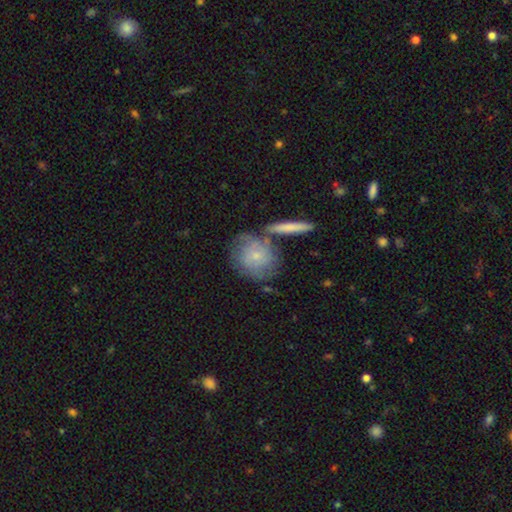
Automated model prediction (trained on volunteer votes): Q: Smooth or featured?
A: smooth (50%); runner-up: featured or disk (43%)
Q: How rounded?
A: round (69%); runner-up: in between (28%)
Q: Merging?
A: none (57%); runner-up: minor disturbance (19%)